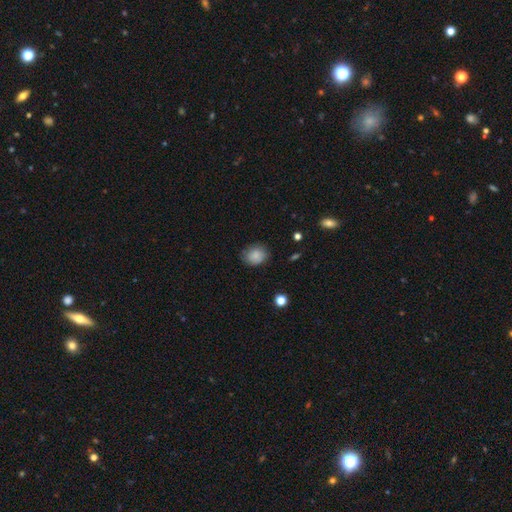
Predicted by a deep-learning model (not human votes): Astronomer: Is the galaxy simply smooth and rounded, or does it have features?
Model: smooth — 84%.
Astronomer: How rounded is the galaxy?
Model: round — 59% (runner-up: in between, 40%).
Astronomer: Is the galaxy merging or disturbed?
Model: none — 77%.